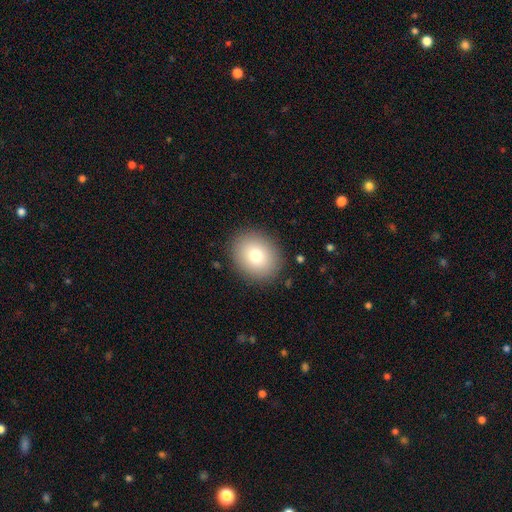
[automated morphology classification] smooth 78%, featured or disk 12%, star or artifact 10%. Down the decision tree: how rounded — round (64%); merging — none (89%).